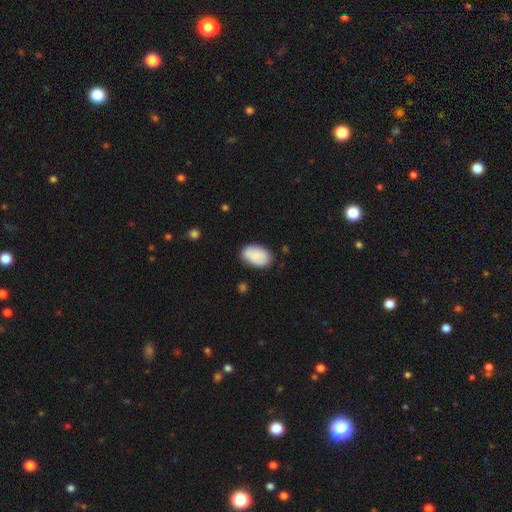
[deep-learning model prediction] Smooth or featured? Predicted: smooth (p=0.85). How rounded? Predicted: in between (p=0.92). Merging? Predicted: none (p=0.77).